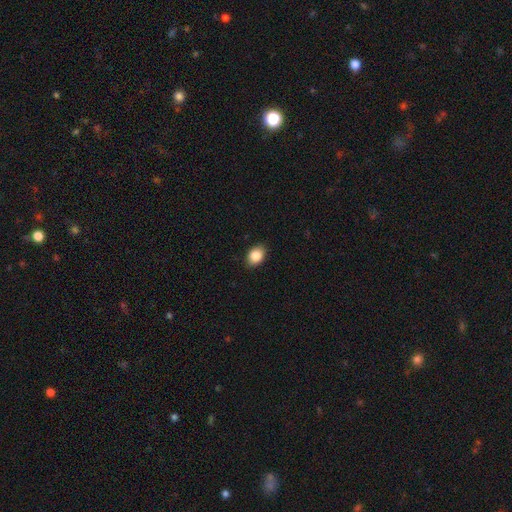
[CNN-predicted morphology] A smooth galaxy with no disk features (87%) that is in between round and cigar-shaped (72%). Merging: none (88%).